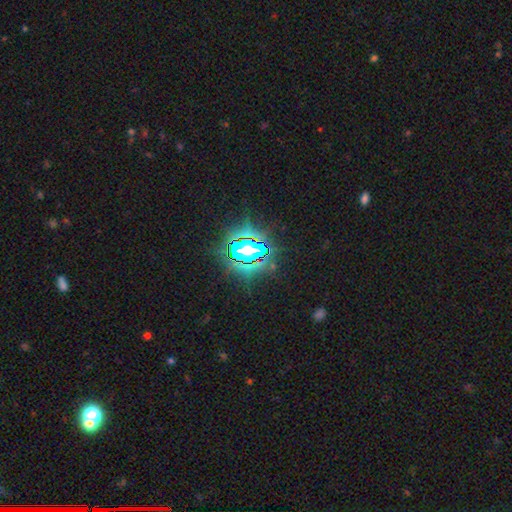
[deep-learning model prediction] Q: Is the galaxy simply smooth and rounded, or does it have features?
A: star or artifact — 82%.